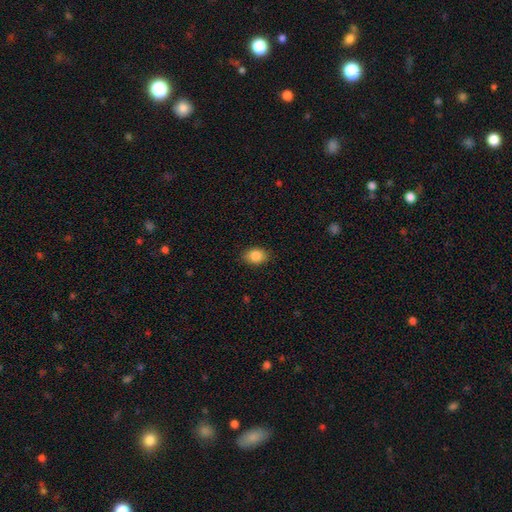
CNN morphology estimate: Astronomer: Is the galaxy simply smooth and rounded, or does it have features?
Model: smooth — 86%.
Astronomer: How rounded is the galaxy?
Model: in between — 73%.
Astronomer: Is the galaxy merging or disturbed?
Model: none — 88%.